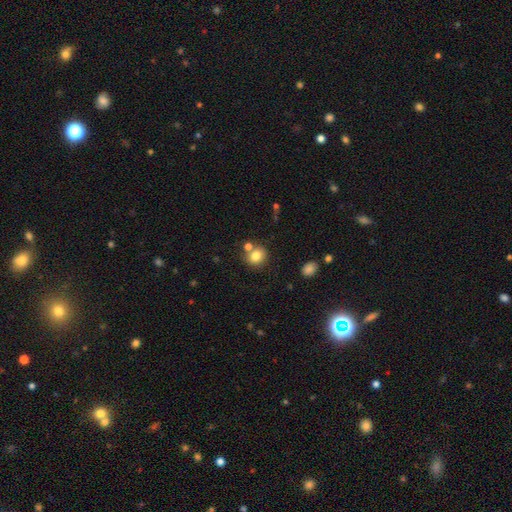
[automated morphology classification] A smooth galaxy with no disk features (81%) that is round (75%).

Vote fractions:
- Smooth or featured? smooth: 81% / star or artifact: 10% / featured or disk: 9%
- How rounded? round: 75% / in between: 24% / cigar-shaped: 1%
- Merging? none: 65% / merger: 20% / minor disturbance: 11% / major disturbance: 4%